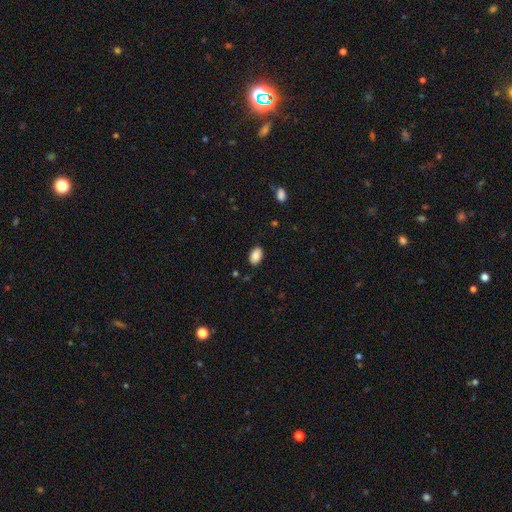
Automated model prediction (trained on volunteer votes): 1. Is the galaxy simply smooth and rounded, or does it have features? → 88% smooth, 8% star or artifact, 4% featured or disk.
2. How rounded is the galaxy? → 91% in between, 8% round, 1% cigar-shaped.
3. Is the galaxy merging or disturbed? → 87% none, 10% minor disturbance, 2% major disturbance, 1% merger.